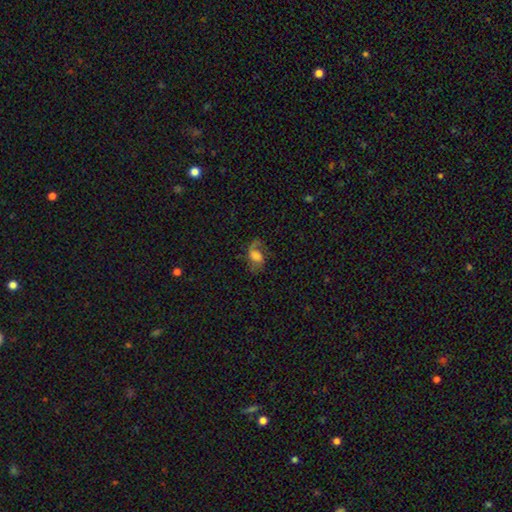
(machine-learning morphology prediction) featured or disk 50%, smooth 39%, star or artifact 11%. Down the decision tree: edge-on disk — no (96%); merging — none (52%).